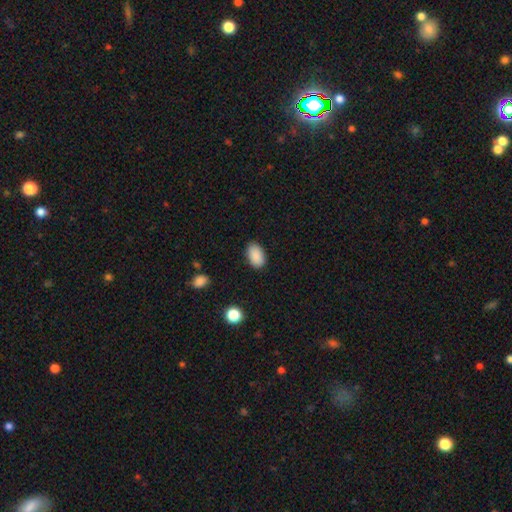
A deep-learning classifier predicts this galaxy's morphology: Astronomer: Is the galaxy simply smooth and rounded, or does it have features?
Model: smooth — 89%.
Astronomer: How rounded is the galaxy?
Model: in between — 92%.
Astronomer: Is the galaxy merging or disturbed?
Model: none — 86%.